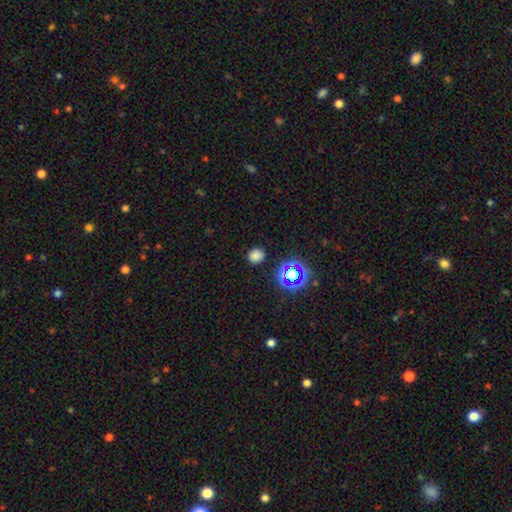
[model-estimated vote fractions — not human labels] Smooth or featured: smooth — 74% (star or artifact — 21%)
How rounded: round — 72% (in between — 27%)
Merging: none — 87% (minor disturbance — 9%)